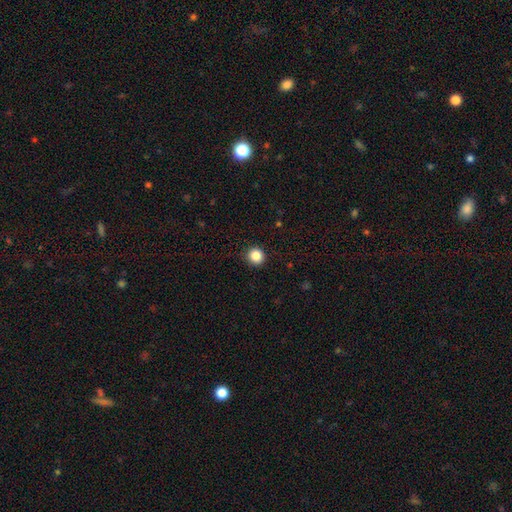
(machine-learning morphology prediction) Smooth or featured? smooth (86%)
How rounded? round (92%)
Merging? none (91%)